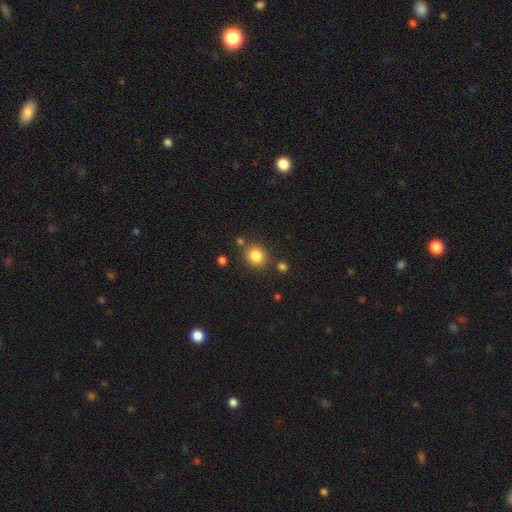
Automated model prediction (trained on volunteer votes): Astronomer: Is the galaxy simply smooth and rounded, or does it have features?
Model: smooth — 84%.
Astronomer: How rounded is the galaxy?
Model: round — 82%.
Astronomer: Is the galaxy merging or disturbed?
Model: none — 81%.